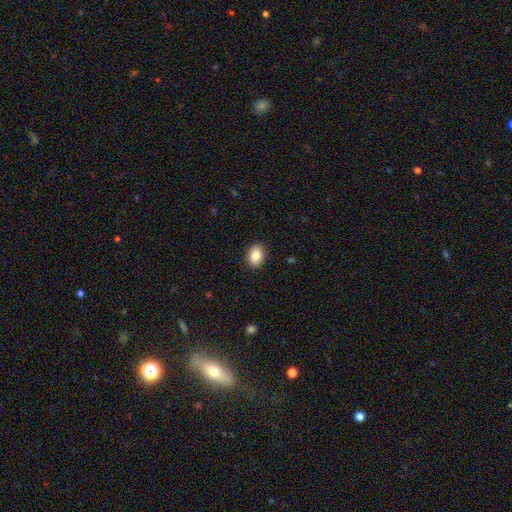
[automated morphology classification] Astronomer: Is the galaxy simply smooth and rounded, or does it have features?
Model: smooth — 86%.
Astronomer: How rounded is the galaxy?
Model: in between — 74%.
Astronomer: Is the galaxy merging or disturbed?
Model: none — 90%.